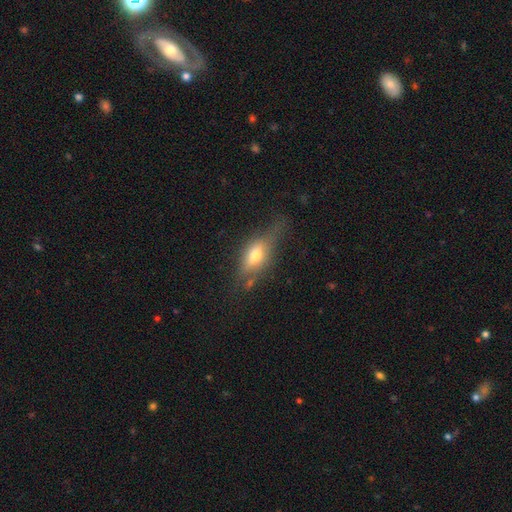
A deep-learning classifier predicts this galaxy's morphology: Q: Smooth or featured?
A: smooth (54%); runner-up: featured or disk (37%)
Q: How rounded?
A: in between (73%); runner-up: cigar-shaped (19%)
Q: Merging?
A: none (54%); runner-up: minor disturbance (27%)